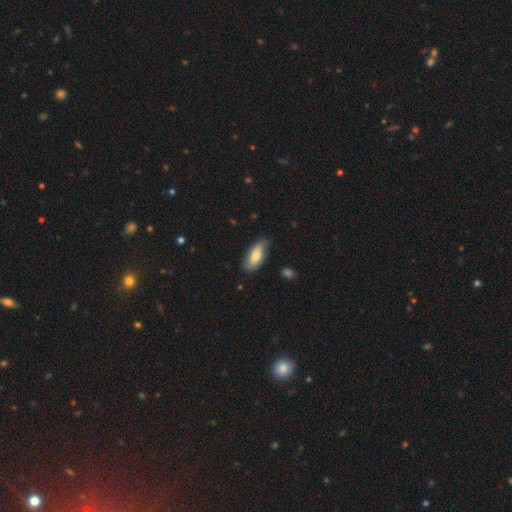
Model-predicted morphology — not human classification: The model was most divided on "smooth or featured": smooth: 74%, featured or disk: 20%, star or artifact: 6%. More confident: how rounded — in between (79%); merging — none (75%).